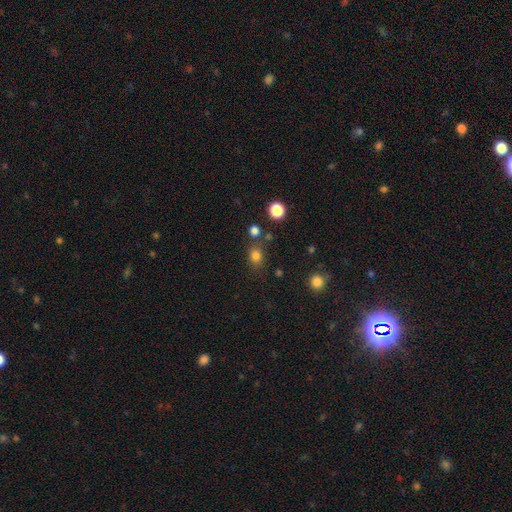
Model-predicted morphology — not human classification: This is likely a smooth galaxy (79%). How rounded: possibly round (60%). Merging: likely none (74%).